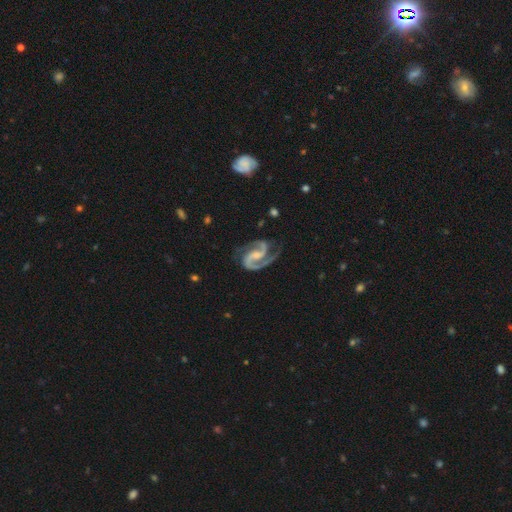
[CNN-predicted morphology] The model was most divided on "bulge size": small: 44%, moderate: 33%, none: 18%, large: 3%, dominant: 1%. Remaining: spiral arms — yes (99%); edge-on disk — no (98%); smooth or featured — featured or disk (94%); spiral arm count — 2 (93%); merging — none (70%); spiral winding — medium (63%); bar — weak (45%).